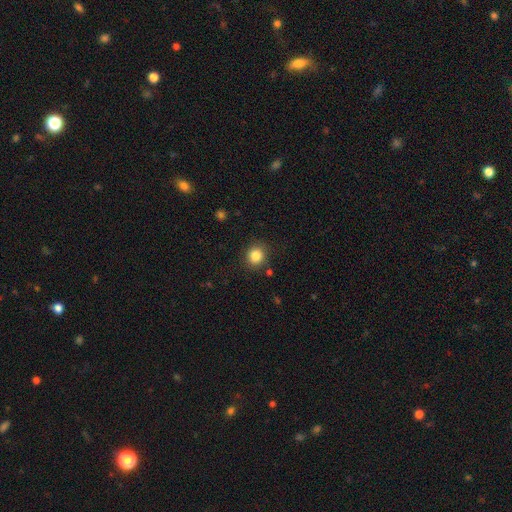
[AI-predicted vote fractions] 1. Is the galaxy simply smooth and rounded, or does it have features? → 84% smooth, 11% star or artifact, 5% featured or disk.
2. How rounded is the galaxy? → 86% round, 13% in between, 1% cigar-shaped.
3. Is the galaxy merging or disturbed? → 86% none, 9% minor disturbance, 3% major disturbance, 2% merger.